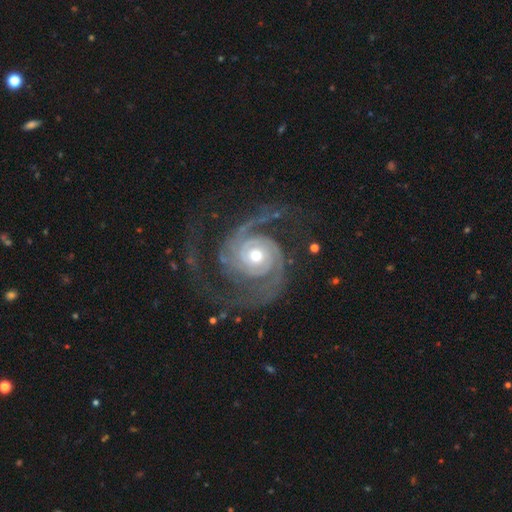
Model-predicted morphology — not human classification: This appears to be a featured or disk galaxy (93%) with no bar (75%), 2 (69%) tight (55%) spiral arms (98%) and a moderate central bulge (64%). Merging: none (63%).